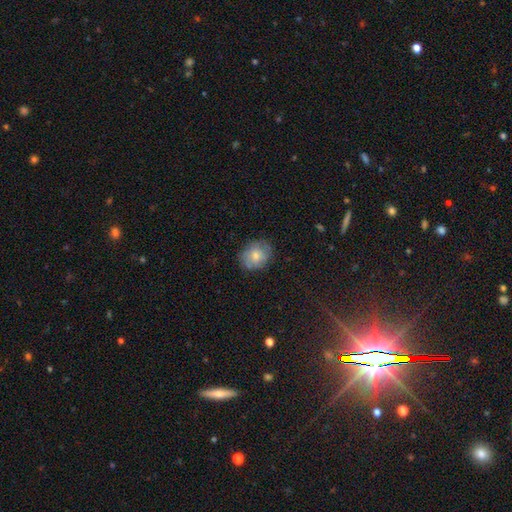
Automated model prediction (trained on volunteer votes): This is likely a smooth galaxy (71%). How rounded: likely round (61%). Merging: likely none (76%).